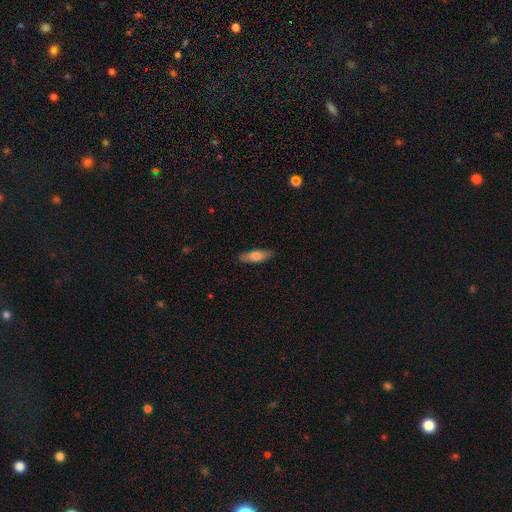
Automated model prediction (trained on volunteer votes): smooth-or-featured: smooth: 73% | featured or disk: 21% | star or artifact: 6%
  how-rounded: in between: 52% | cigar-shaped: 46% | round: 2%
  merging: none: 87% | minor disturbance: 10% | major disturbance: 2% | merger: 1%